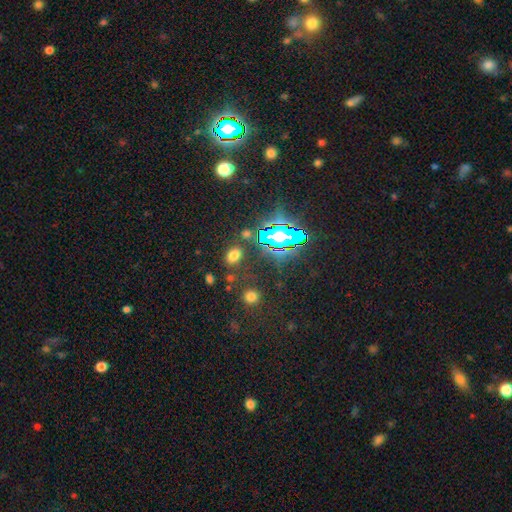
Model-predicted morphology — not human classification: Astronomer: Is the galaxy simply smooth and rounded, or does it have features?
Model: star or artifact — 80%.